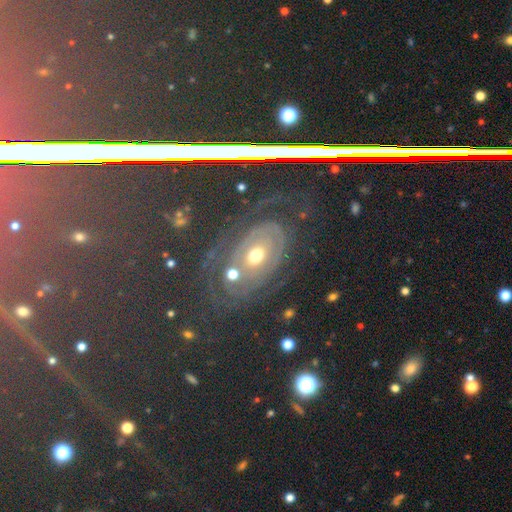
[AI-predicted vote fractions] This is likely a featured or disk galaxy (76%). It is clearly not viewed edge-on (95%). Bar: likely no (79%). Spiral arm pattern: likely yes (78%). Spiral arm count: marginally can't tell (40%). Spiral winding: likely tight (62%). Central bulge: likely moderate (63%). Merging: likely none (61%).